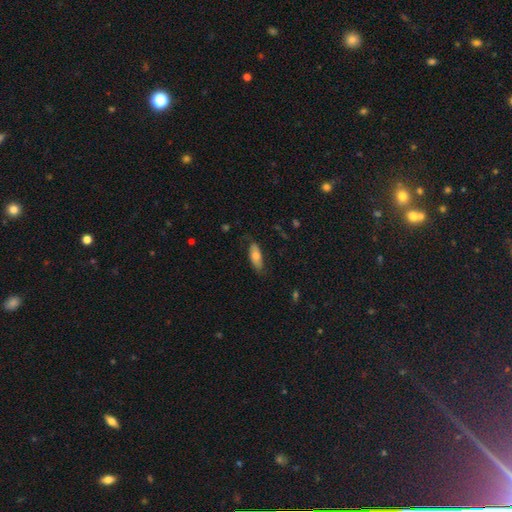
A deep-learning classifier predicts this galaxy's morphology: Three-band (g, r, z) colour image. It shows a smooth galaxy with no disk features (67%) that is in between round and cigar-shaped (71%). Merging: none (73%).